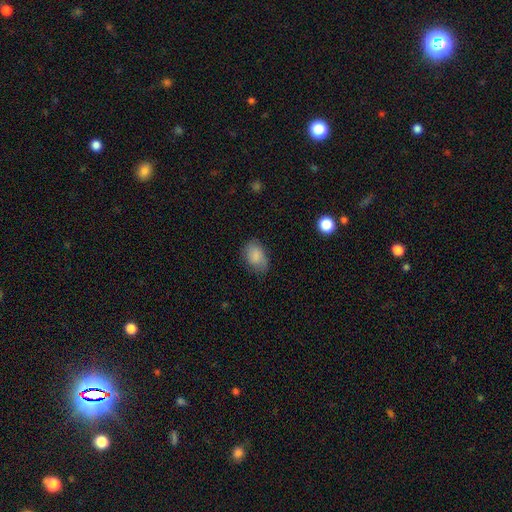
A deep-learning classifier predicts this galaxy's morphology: Smooth or featured? Predicted: smooth (p=0.83). How rounded? Predicted: in between (p=0.84). Merging? Predicted: none (p=0.67).